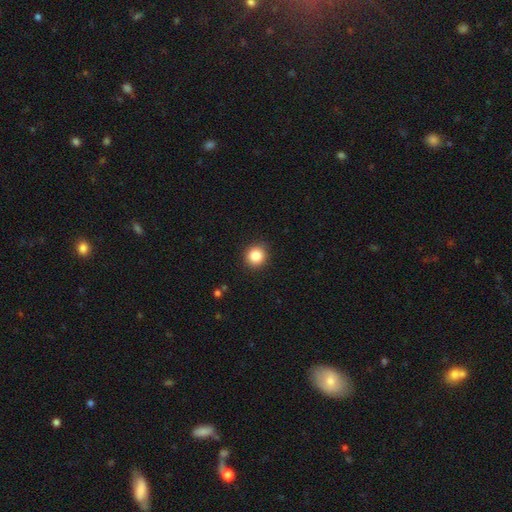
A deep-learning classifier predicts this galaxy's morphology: This is clearly a smooth galaxy (85%). How rounded: clearly round (92%). Merging: clearly none (91%).